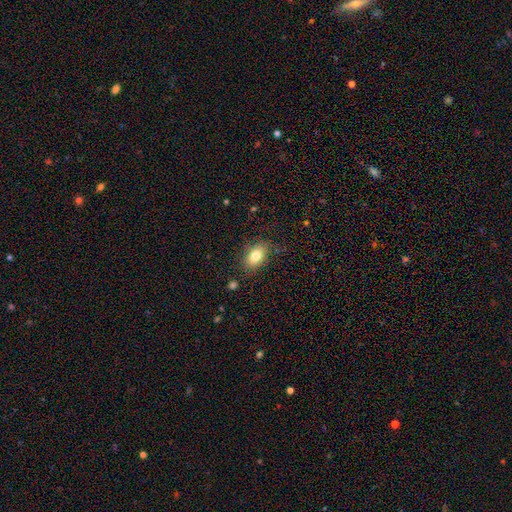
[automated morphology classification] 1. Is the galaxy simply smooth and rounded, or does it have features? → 80% smooth, 12% featured or disk, 8% star or artifact.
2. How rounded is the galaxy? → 87% in between, 11% round, 2% cigar-shaped.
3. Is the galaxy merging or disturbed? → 82% none, 13% minor disturbance, 3% major disturbance, 2% merger.